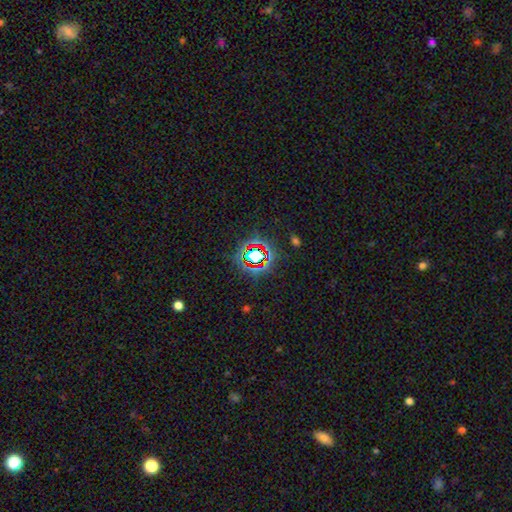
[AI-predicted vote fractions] smooth-or-featured: star or artifact: 70% | smooth: 19% | featured or disk: 11%